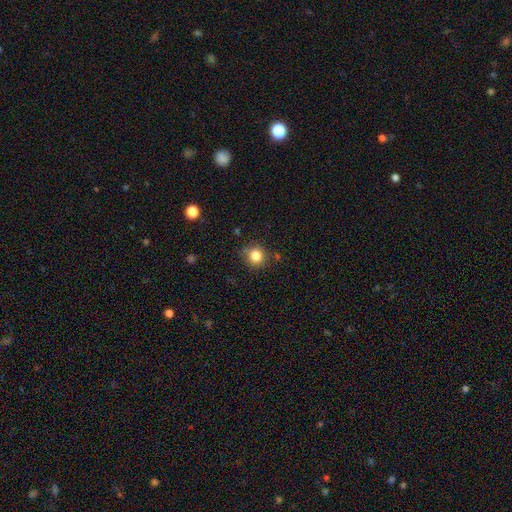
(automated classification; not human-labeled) Smooth or featured?
  - smooth: 83% *
  - star or artifact: 11%
  - featured or disk: 5%
How rounded?
  - round: 90% *
  - in between: 9%
  - cigar-shaped: 1%
Merging?
  - none: 81% *
  - minor disturbance: 13%
  - major disturbance: 3%
  - merger: 3%